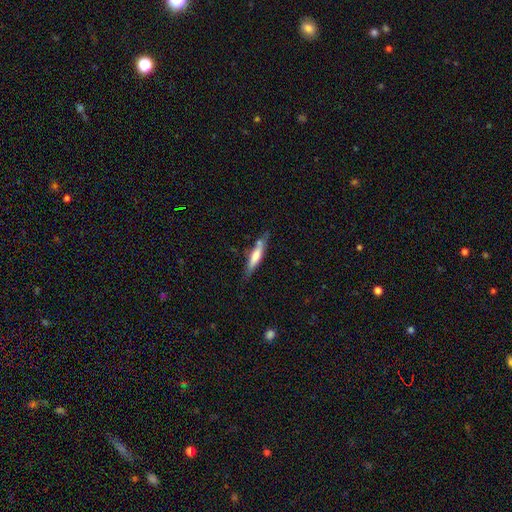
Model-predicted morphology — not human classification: A smooth galaxy with no disk features (58%) that is cigar-shaped (86%). Merging: none (72%).